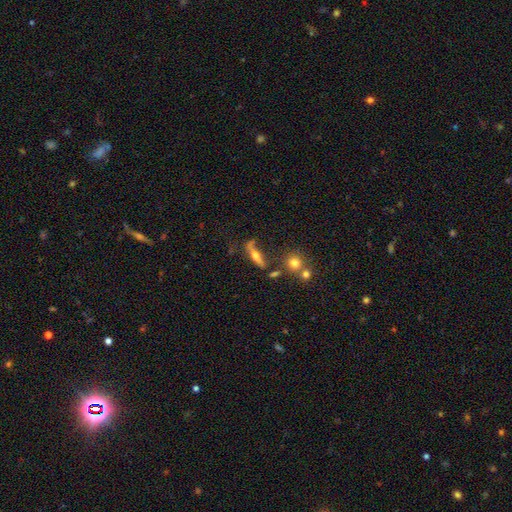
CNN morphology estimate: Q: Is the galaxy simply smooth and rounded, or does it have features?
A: featured or disk — 58%.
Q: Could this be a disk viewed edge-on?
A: yes — 85%.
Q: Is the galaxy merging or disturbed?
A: none — 60%.